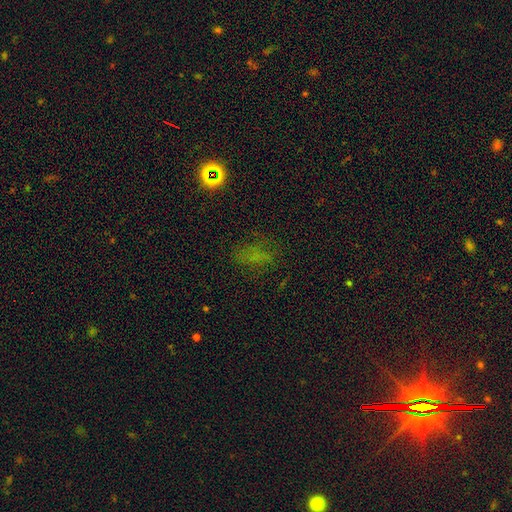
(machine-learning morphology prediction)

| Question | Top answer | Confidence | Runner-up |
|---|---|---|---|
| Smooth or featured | smooth | 45% | star or artifact (39%) |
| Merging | none | 65% | minor disturbance (19%) |